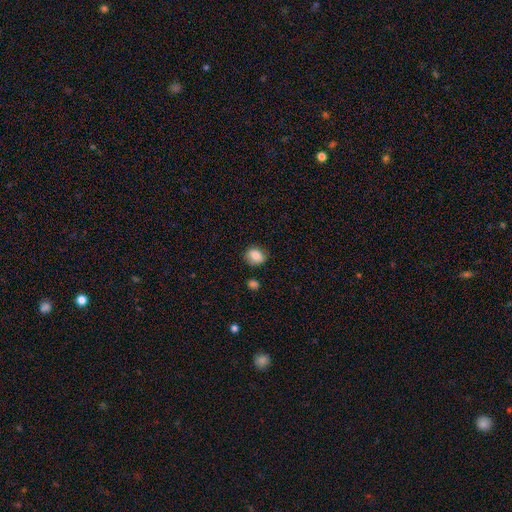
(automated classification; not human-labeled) Overall: smooth (84%). How rounded: round (67%; in between 32%). Merging: none (78%).